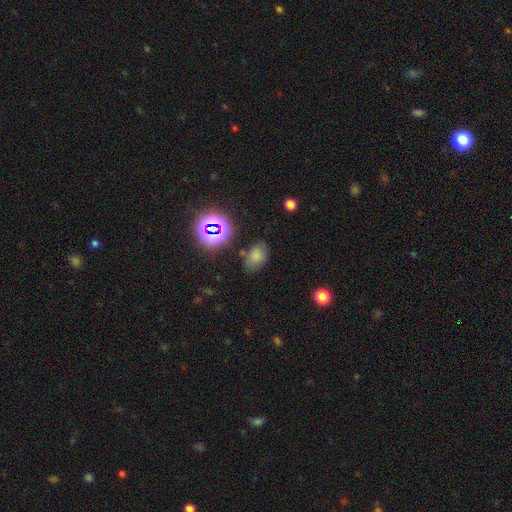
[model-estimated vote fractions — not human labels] Smooth or featured: smooth — 68% (star or artifact — 22%)
How rounded: in between — 81% (round — 17%)
Merging: none — 72% (minor disturbance — 18%)